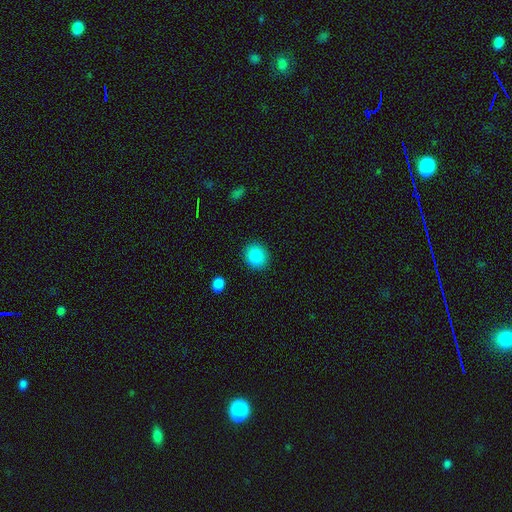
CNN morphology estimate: A smooth galaxy with no disk features (89%) that is round (76%).

Vote fractions:
- Smooth or featured? smooth: 89% / star or artifact: 8% / featured or disk: 3%
- How rounded? round: 76% / in between: 23% / cigar-shaped: 1%
- Merging? none: 90% / minor disturbance: 7% / major disturbance: 2% / merger: 1%